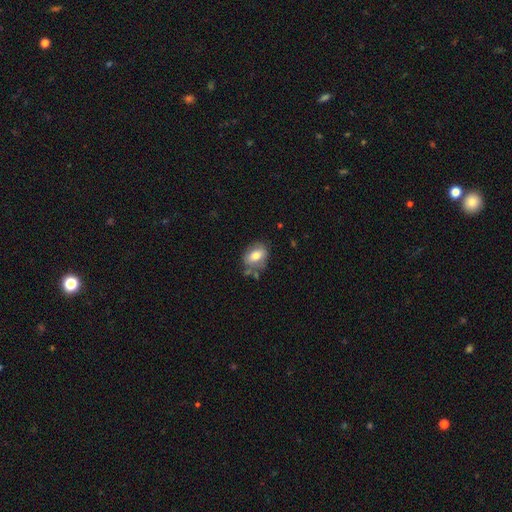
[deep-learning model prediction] This is likely a smooth galaxy (70%). How rounded: likely in between (72%). Merging: likely none (62%).